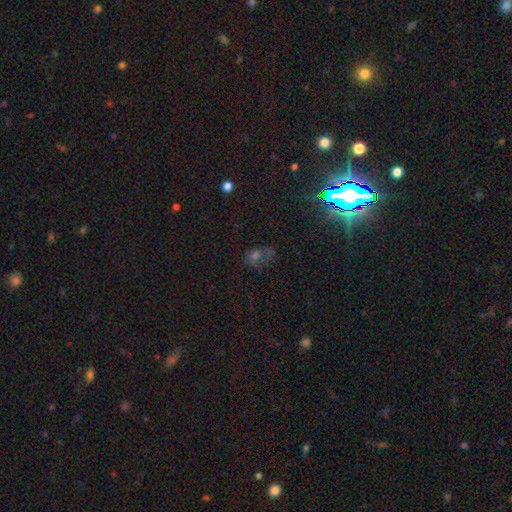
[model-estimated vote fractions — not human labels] Morphology: type=star or artifact (49%).